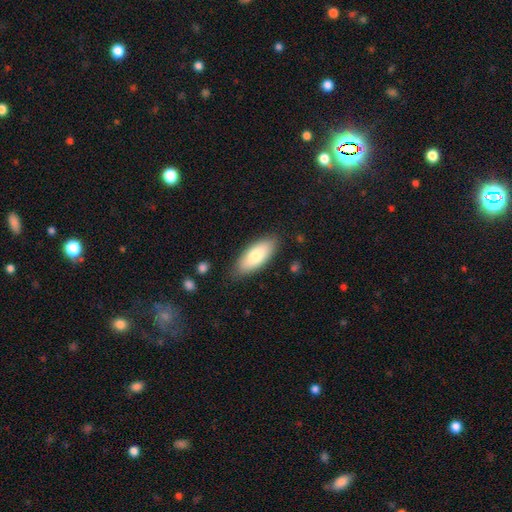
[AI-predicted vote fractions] This is likely a smooth galaxy (77%). How rounded: clearly in between (81%). Merging: clearly none (83%).